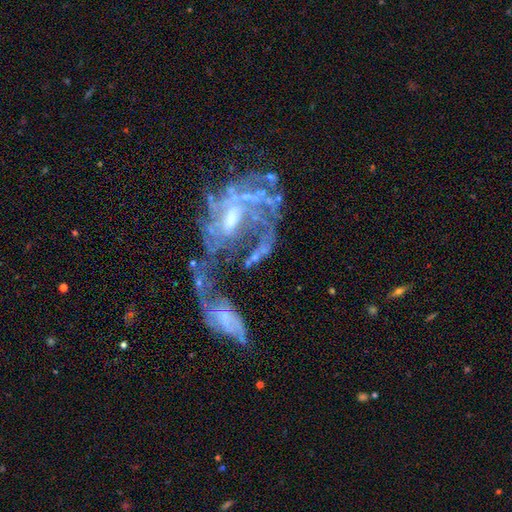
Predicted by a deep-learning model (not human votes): smooth_or_featured: featured or disk (p=0.78) [alt: star or artifact p=0.11]
disk_edge_on: no (p=0.95) [alt: yes p=0.05]
bar: no (p=0.44) [alt: weak p=0.39]
has_spiral_arms: yes (p=0.69) [alt: no p=0.31]
spiral_winding: loose (p=0.37) [alt: medium p=0.36]
spiral_arm_count: can't tell (p=0.40) [alt: 2 p=0.26]
bulge_size: moderate (p=0.46) [alt: small p=0.33]
merging: merger (p=0.36) [alt: major disturbance p=0.35]